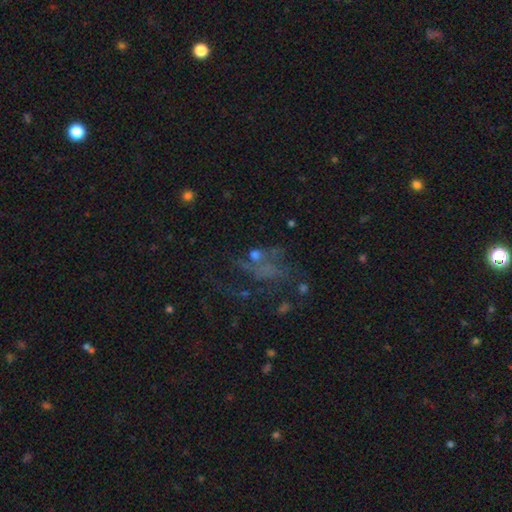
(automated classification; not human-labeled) Q: Smooth or featured?
A: smooth (37%); runner-up: featured or disk (35%)
Q: Merging?
A: none (37%); runner-up: major disturbance (35%)